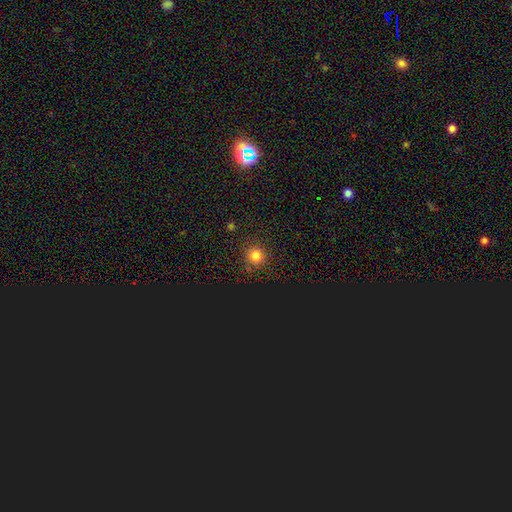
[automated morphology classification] Smooth or featured?
  - smooth: 77% *
  - star or artifact: 18%
  - featured or disk: 5%
How rounded?
  - round: 94% *
  - in between: 5%
  - cigar-shaped: 1%
Merging?
  - none: 88% *
  - minor disturbance: 7%
  - major disturbance: 3%
  - merger: 2%